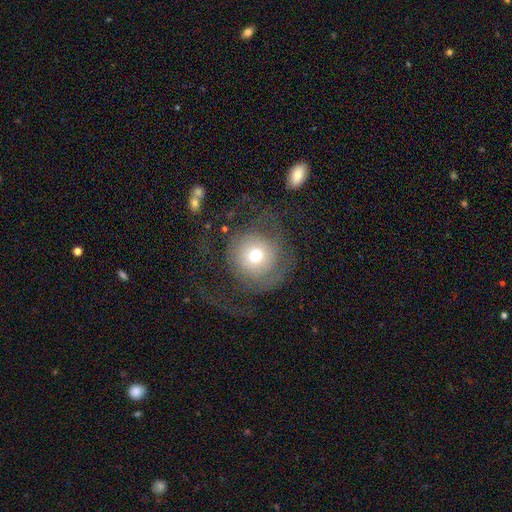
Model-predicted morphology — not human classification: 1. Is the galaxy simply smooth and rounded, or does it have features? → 50% smooth, 40% featured or disk, 11% star or artifact.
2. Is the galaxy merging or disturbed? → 48% none, 37% major disturbance, 13% minor disturbance, 2% merger.